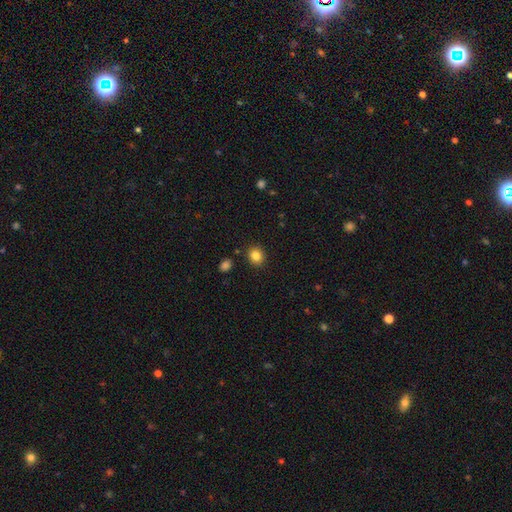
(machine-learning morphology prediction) Smooth or featured? smooth (85%)
How rounded? round (77%)
Merging? none (88%)